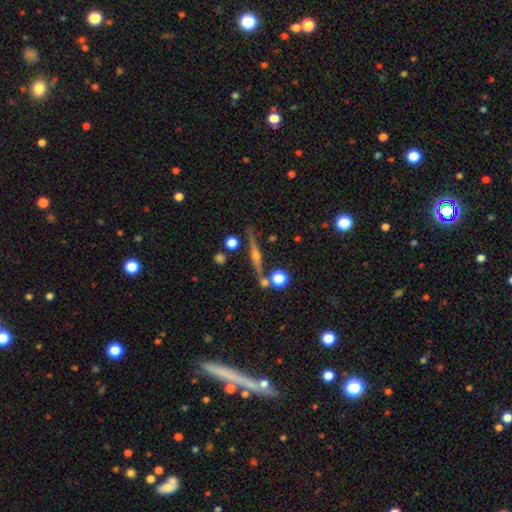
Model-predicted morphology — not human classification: Smooth or featured? featured or disk (79%)
Edge-on disk? yes (97%)
Edge-on bulge? rounded (92%)
Merging? none (81%)